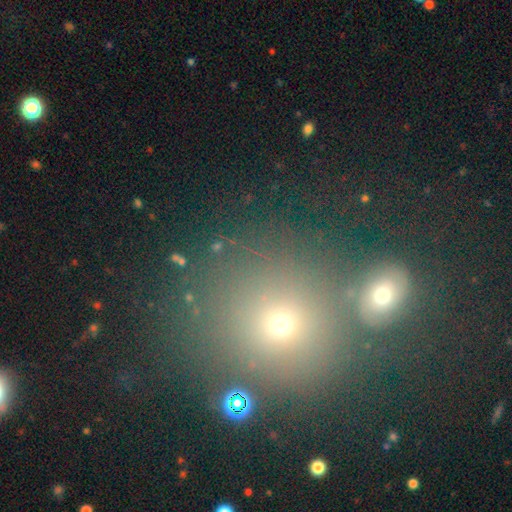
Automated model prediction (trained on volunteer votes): This appears to be a smooth galaxy with no disk features (56%) that is round (86%). Merging: none (66%).